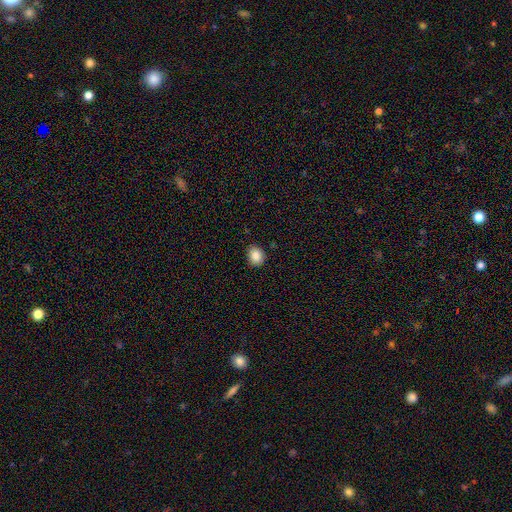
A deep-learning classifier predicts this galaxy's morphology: smooth_or_featured: smooth (p=0.87) [alt: star or artifact p=0.09]
how_rounded: round (p=0.56) [alt: in between p=0.43]
merging: none (p=0.86) [alt: minor disturbance p=0.10]